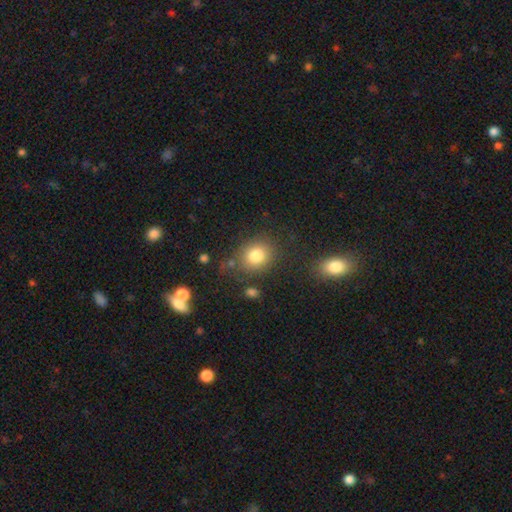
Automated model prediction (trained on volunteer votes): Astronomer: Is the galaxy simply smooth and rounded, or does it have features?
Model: smooth — 82%.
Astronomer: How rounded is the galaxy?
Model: round — 71%.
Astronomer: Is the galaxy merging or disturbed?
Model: none — 76%.